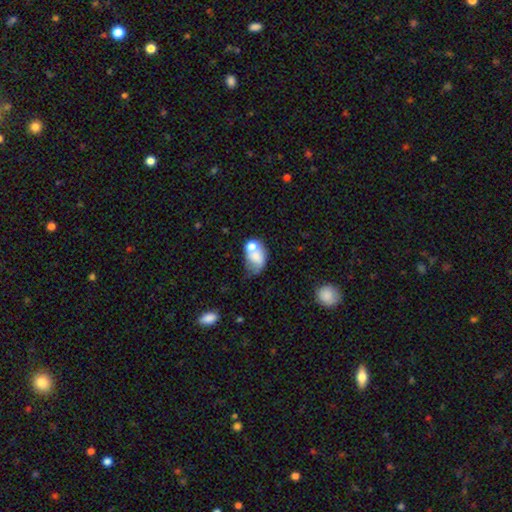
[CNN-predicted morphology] Smooth or featured?
  - smooth: 61% *
  - featured or disk: 29%
  - star or artifact: 10%
How rounded?
  - in between: 78% *
  - round: 21%
  - cigar-shaped: 1%
Merging?
  - merger: 41% *
  - none: 26%
  - minor disturbance: 20%
  - major disturbance: 14%